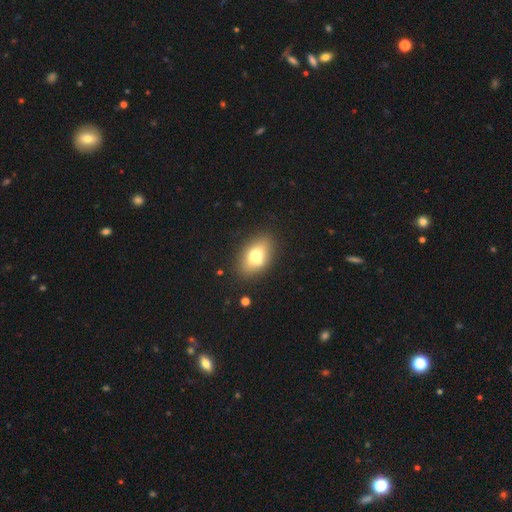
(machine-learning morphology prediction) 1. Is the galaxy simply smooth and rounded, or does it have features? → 67% smooth, 22% featured or disk, 10% star or artifact.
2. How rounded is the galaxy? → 83% in between, 15% round, 3% cigar-shaped.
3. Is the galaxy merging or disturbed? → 74% none, 14% minor disturbance, 8% merger, 4% major disturbance.